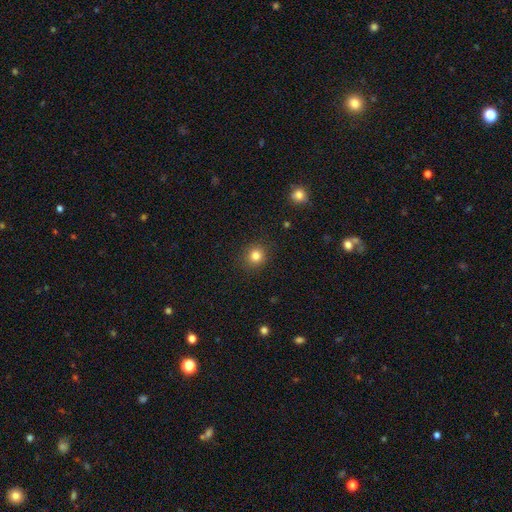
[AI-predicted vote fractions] A smooth galaxy with no disk features (83%) that is round (89%).

Vote fractions:
- Smooth or featured? smooth: 83% / star or artifact: 12% / featured or disk: 5%
- How rounded? round: 89% / in between: 10% / cigar-shaped: 1%
- Merging? none: 90% / minor disturbance: 7% / major disturbance: 2% / merger: 1%